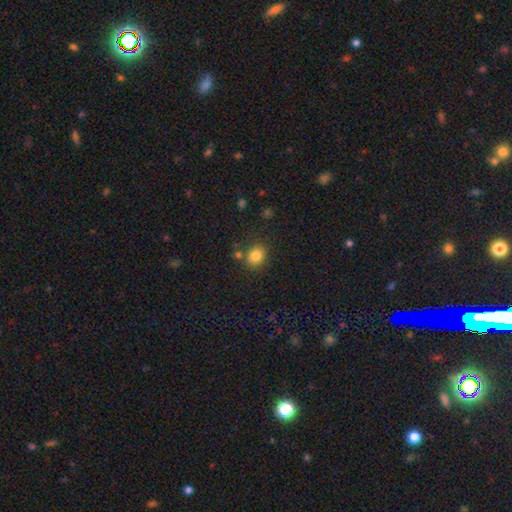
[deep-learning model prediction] The model was most divided on "how rounded": round: 66%, in between: 34%, cigar-shaped: 1%. More confident: smooth or featured — smooth (83%); merging — none (78%).